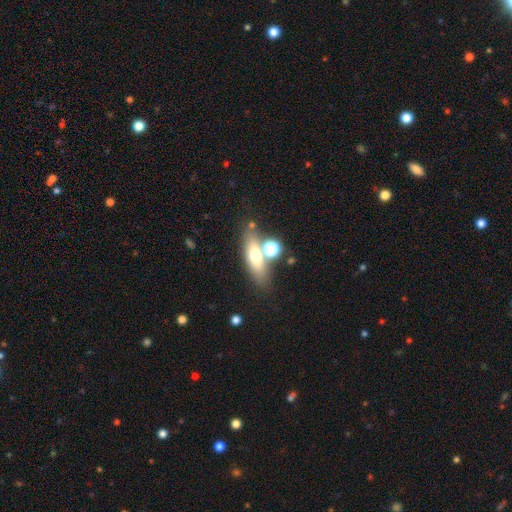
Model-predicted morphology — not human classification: Q: Smooth or featured?
A: smooth (60%); runner-up: featured or disk (29%)
Q: How rounded?
A: in between (48%); runner-up: cigar-shaped (42%)
Q: Merging?
A: none (65%); runner-up: merger (18%)